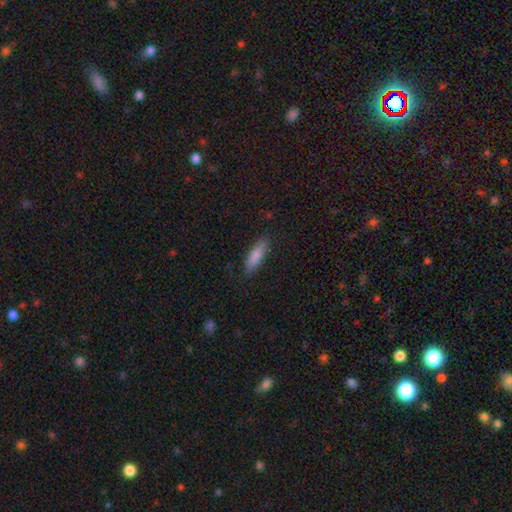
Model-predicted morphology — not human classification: This is clearly a smooth galaxy (82%). How rounded: possibly in between (52%). Merging: clearly none (83%).